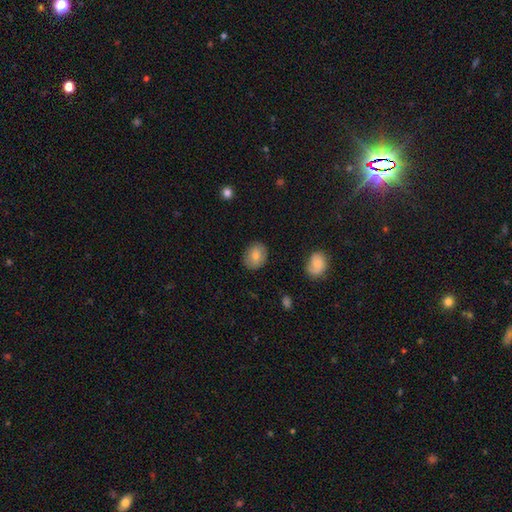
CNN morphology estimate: smooth_or_featured: smooth (p=0.78) [alt: featured or disk p=0.14]
how_rounded: in between (p=0.53) [alt: round p=0.45]
merging: none (p=0.83) [alt: minor disturbance p=0.12]